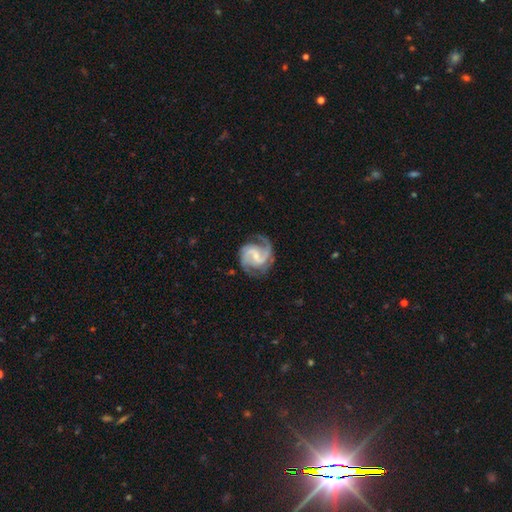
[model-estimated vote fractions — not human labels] Q: Smooth or featured?
A: featured or disk (91%); runner-up: smooth (5%)
Q: Edge-on disk?
A: no (98%); runner-up: yes (2%)
Q: Bar?
A: weak (53%); runner-up: no (27%)
Q: Spiral arms?
A: yes (98%); runner-up: no (2%)
Q: Spiral winding?
A: medium (56%); runner-up: tight (27%)
Q: Spiral arm count?
A: 2 (80%); runner-up: 3 (10%)
Q: Bulge size?
A: small (59%); runner-up: moderate (30%)
Q: Merging?
A: none (72%); runner-up: minor disturbance (18%)